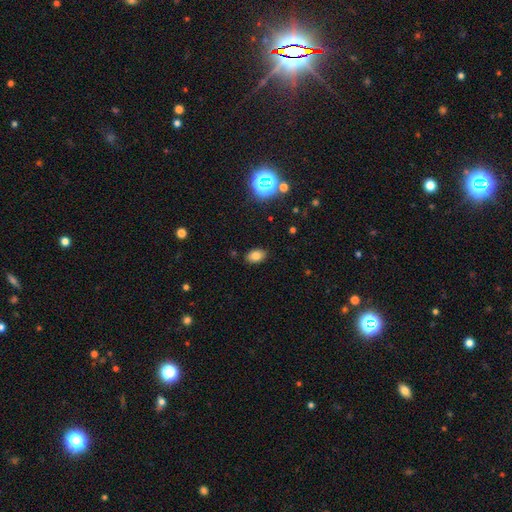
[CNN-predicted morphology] This appears to be a smooth galaxy with no disk features (80%) that is in between round and cigar-shaped (85%). Merging: none (86%).